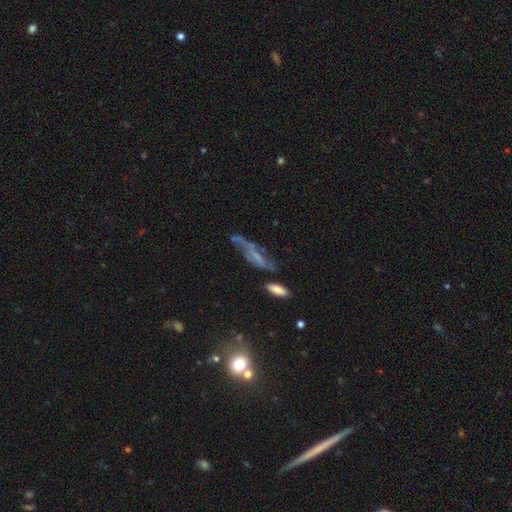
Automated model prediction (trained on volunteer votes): Morphology: type=featured or disk (53%); edge-on=no (70%); merging=none (35%).